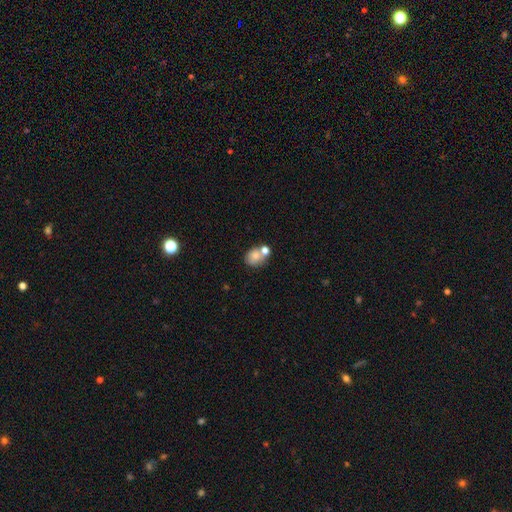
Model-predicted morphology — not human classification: Smooth or featured: smooth — 77% (featured or disk — 13%)
How rounded: round — 59% (in between — 40%)
Merging: none — 43% (merger — 38%)